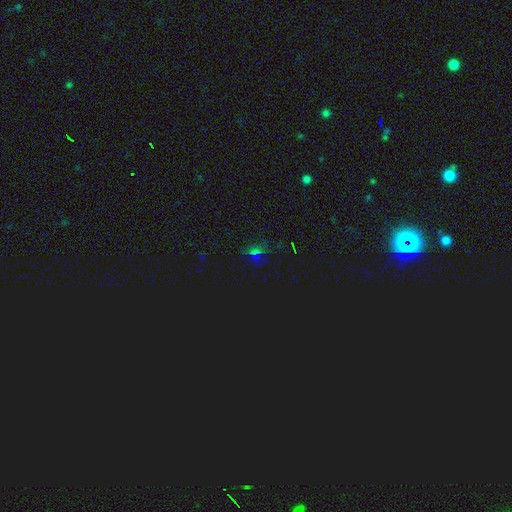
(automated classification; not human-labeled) This is likely a star or artifact rather than a galaxy (62%).